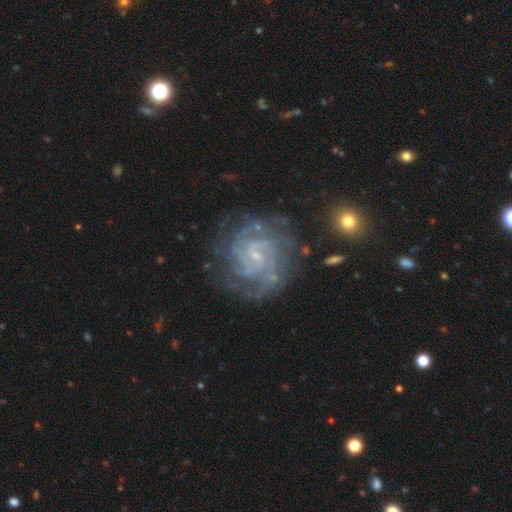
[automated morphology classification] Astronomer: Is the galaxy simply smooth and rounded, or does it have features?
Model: featured or disk — 89%.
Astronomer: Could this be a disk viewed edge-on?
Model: no — 98%.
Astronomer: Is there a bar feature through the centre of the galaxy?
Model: no — 55% (runner-up: weak, 36%).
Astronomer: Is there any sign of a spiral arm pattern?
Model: yes — 98%.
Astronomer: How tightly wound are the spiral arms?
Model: tight — 70%.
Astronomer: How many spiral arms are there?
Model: can't tell — 24% (runner-up: 2, 20%).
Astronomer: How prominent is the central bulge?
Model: small — 82%.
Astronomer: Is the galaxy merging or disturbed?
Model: none — 73%.